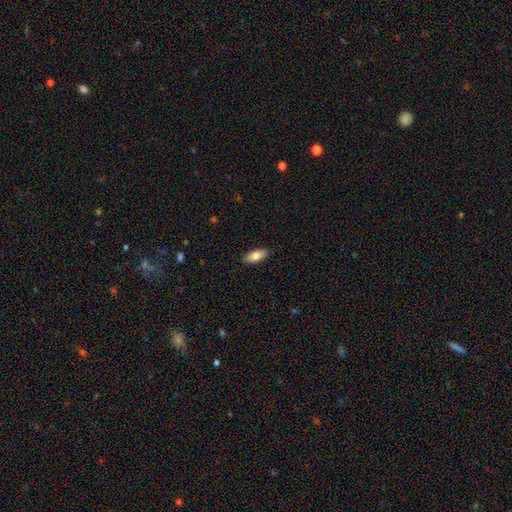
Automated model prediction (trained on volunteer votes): Morphology: type=smooth (80%); roundness=in between (82%); merging=none (87%).